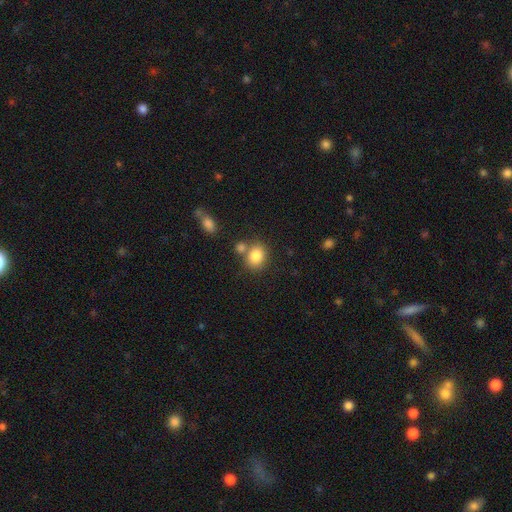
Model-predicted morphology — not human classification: Overall: smooth (84%). How rounded: round (54%; in between 45%). Merging: none (60%; merger 23%).